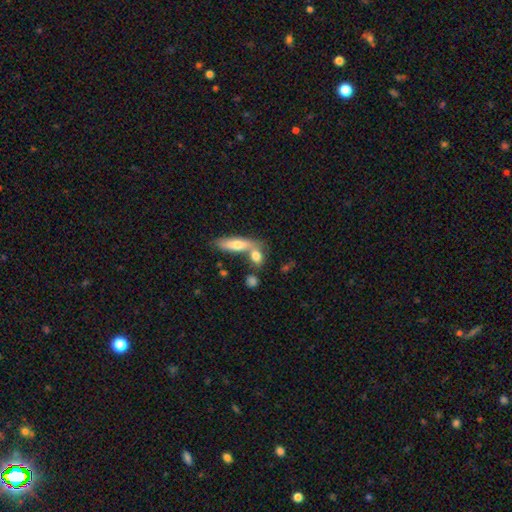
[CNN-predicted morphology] smooth-or-featured: smooth: 73% | featured or disk: 19% | star or artifact: 8%
  how-rounded: in between: 57% | round: 23% | cigar-shaped: 20%
  merging: none: 43% | merger: 42% | minor disturbance: 10% | major disturbance: 5%